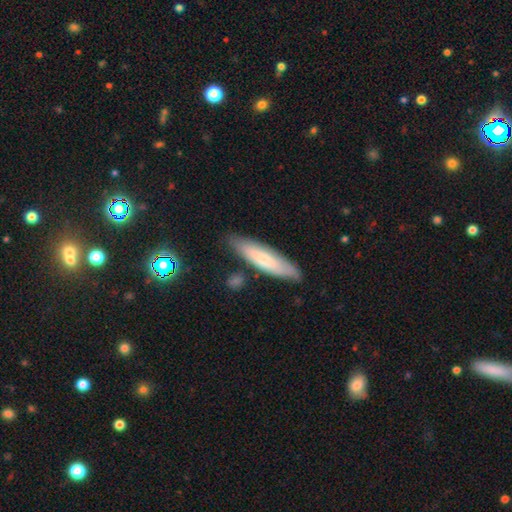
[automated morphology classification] smooth_or_featured: smooth (p=0.66) [alt: featured or disk p=0.29]
how_rounded: cigar-shaped (p=0.67) [alt: in between p=0.32]
merging: none (p=0.80) [alt: minor disturbance p=0.14]